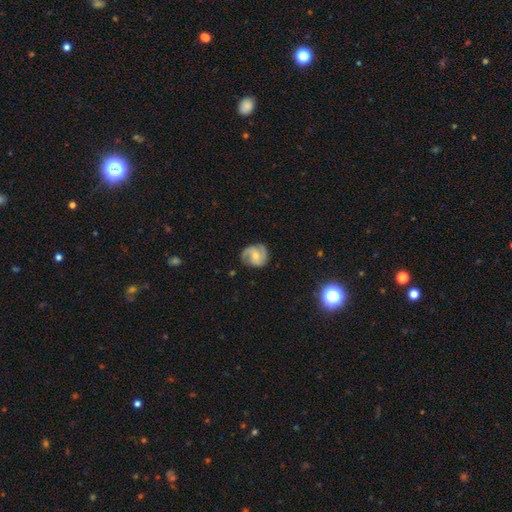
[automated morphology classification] Smooth or featured? Predicted: featured or disk (p=0.75). Edge-on disk? Predicted: no (p=0.98). Bar? Predicted: no (p=0.50). Spiral arms? Predicted: yes (p=0.95). Spiral winding? Predicted: medium (p=0.48). Spiral arm count? Predicted: 2 (p=0.67). Bulge size? Predicted: small (p=0.53). Merging? Predicted: none (p=0.72).